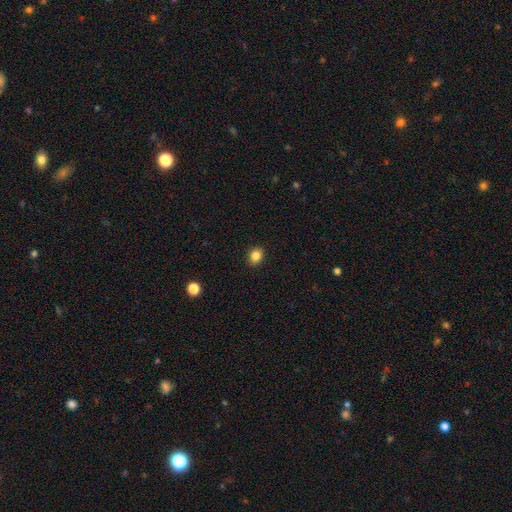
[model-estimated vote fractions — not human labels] A smooth galaxy with no disk features (84%) that is round (61%).

Vote fractions:
- Smooth or featured? smooth: 84% / star or artifact: 11% / featured or disk: 5%
- How rounded? round: 61% / in between: 38% / cigar-shaped: 1%
- Merging? none: 91% / minor disturbance: 6% / major disturbance: 2% / merger: 1%